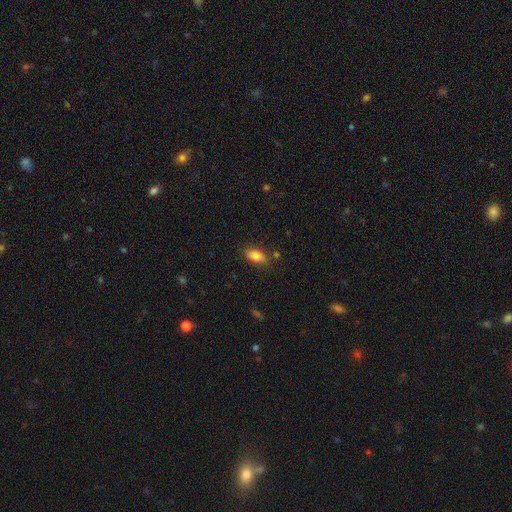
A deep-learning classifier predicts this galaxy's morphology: smooth_or_featured: smooth (p=0.83) [alt: featured or disk p=0.09]
how_rounded: in between (p=0.88) [alt: cigar-shaped p=0.07]
merging: none (p=0.81) [alt: minor disturbance p=0.13]